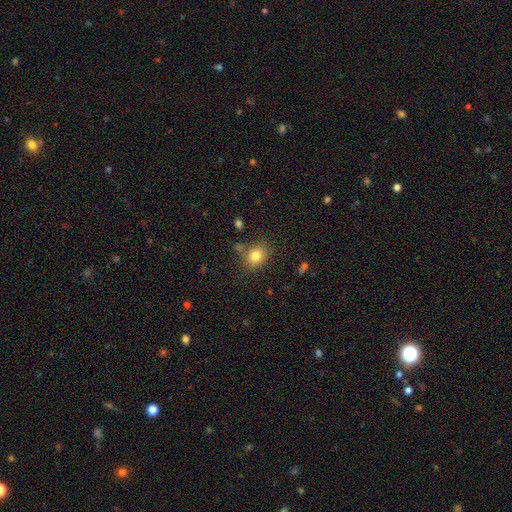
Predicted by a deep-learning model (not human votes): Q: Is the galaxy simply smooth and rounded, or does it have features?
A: smooth — 81%.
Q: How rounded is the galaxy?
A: round — 60%.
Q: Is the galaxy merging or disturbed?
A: none — 77%.